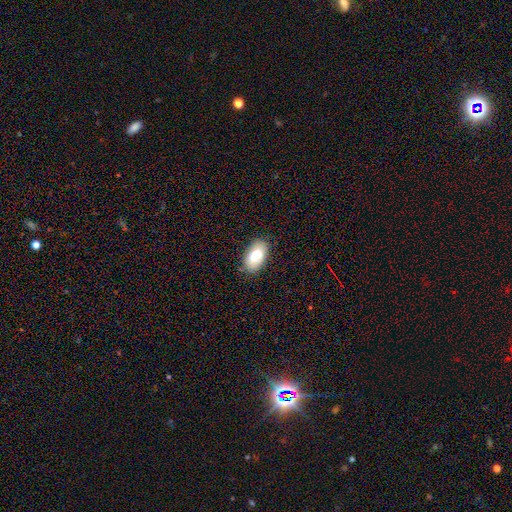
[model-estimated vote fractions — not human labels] This is likely a smooth galaxy (80%). How rounded: clearly in between (94%). Merging: clearly none (82%).